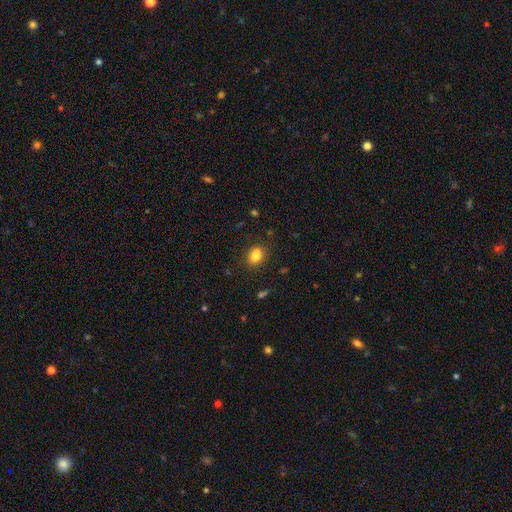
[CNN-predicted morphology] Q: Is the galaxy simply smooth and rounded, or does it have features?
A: smooth — 80%.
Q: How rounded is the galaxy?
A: in between — 58%.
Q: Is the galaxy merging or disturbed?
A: none — 79%.